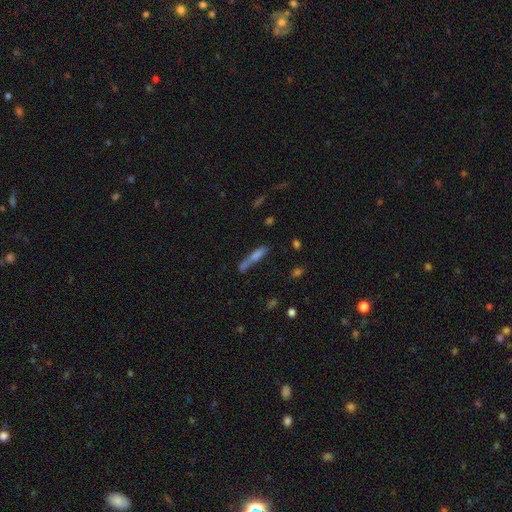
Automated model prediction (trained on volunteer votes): Smooth or featured?
  - smooth: 51% *
  - featured or disk: 34%
  - star or artifact: 15%
How rounded?
  - cigar-shaped: 85% *
  - in between: 12%
  - round: 3%
Merging?
  - none: 58% *
  - minor disturbance: 17%
  - merger: 16%
  - major disturbance: 8%